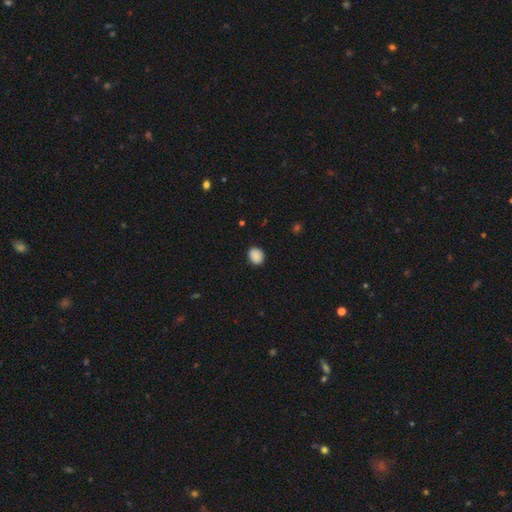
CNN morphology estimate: A smooth galaxy with no disk features (89%) that is round (52%).

Vote fractions:
- Smooth or featured? smooth: 89% / star or artifact: 8% / featured or disk: 3%
- How rounded? round: 52% / in between: 47% / cigar-shaped: 1%
- Merging? none: 86% / minor disturbance: 10% / major disturbance: 2% / merger: 1%